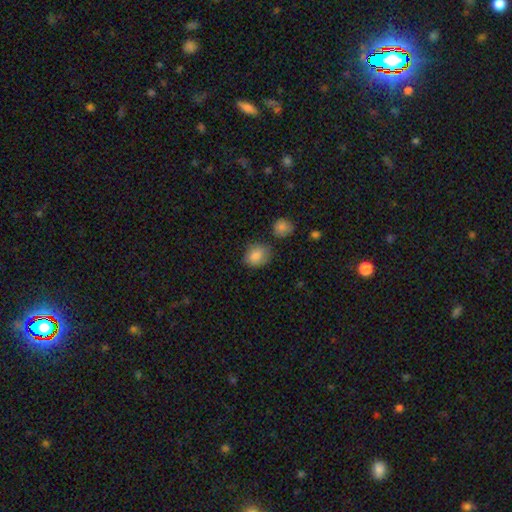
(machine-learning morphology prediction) Q: Smooth or featured?
A: smooth (84%); runner-up: featured or disk (8%)
Q: How rounded?
A: in between (51%); runner-up: round (48%)
Q: Merging?
A: none (62%); runner-up: minor disturbance (26%)